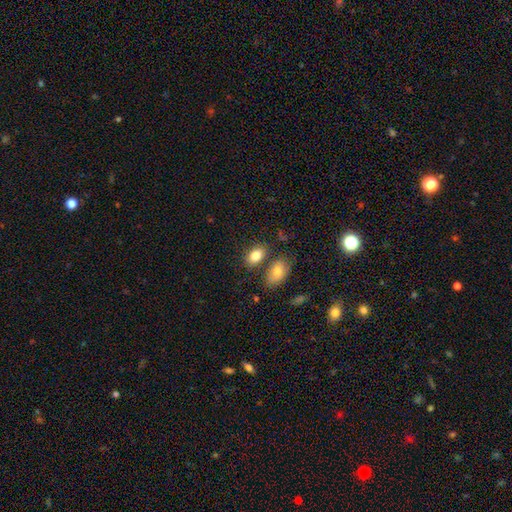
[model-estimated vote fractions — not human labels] smooth-or-featured: smooth: 81% | featured or disk: 10% | star or artifact: 8%
  how-rounded: in between: 87% | round: 12% | cigar-shaped: 2%
  merging: none: 68% | merger: 16% | minor disturbance: 12% | major disturbance: 3%